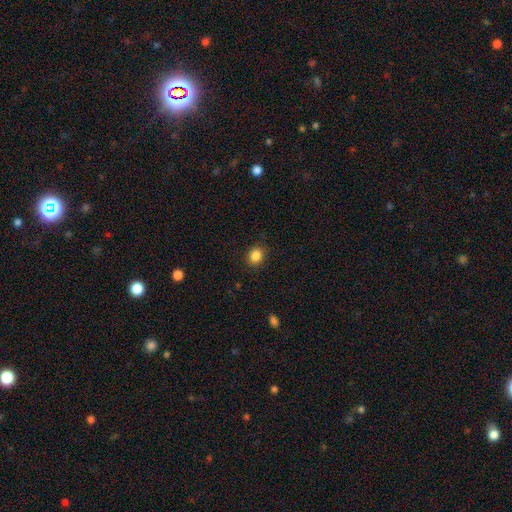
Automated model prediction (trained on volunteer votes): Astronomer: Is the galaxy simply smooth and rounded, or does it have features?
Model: smooth — 86%.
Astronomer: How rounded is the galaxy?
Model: round — 71%.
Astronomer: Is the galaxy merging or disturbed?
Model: none — 89%.